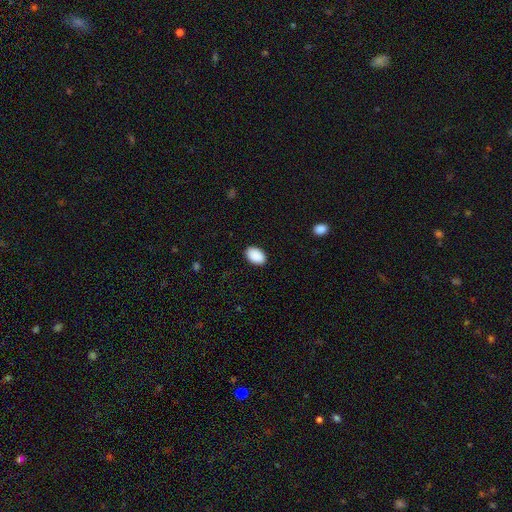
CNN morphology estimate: Overall: smooth (91%). How rounded: in between (90%). Merging: none (89%).